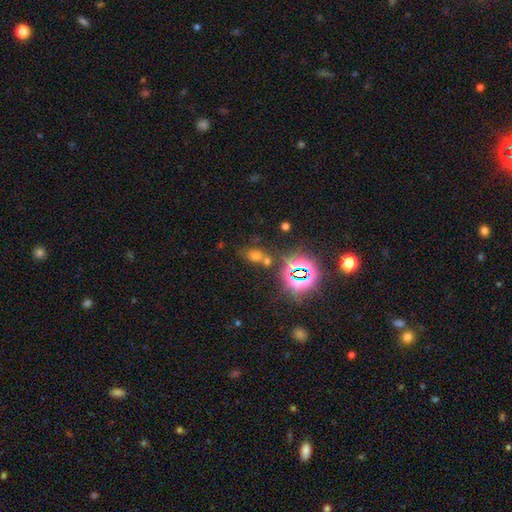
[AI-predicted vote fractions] A smooth galaxy with no disk features (50%) that is in between round and cigar-shaped (56%).

Vote fractions:
- Smooth or featured? smooth: 50% / star or artifact: 40% / featured or disk: 10%
- How rounded? in between: 56% / round: 41% / cigar-shaped: 3%
- Merging? none: 54% / merger: 28% / minor disturbance: 12% / major disturbance: 6%